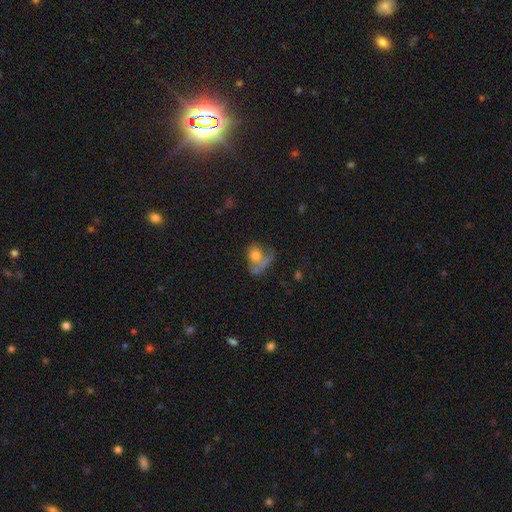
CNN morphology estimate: type=smooth (62%); roundness=round (53%); merging=none (31%).